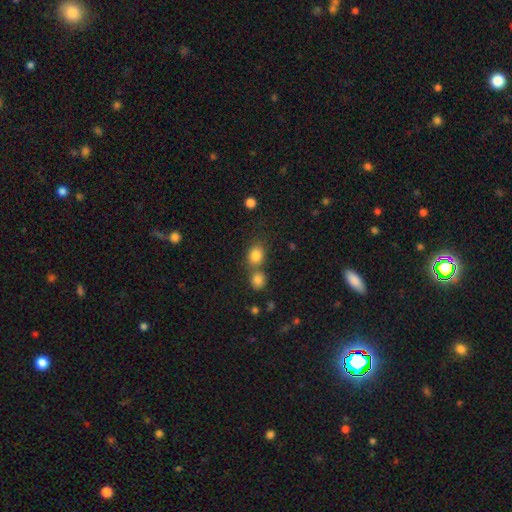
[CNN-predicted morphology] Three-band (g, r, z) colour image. It shows a smooth galaxy with no disk features (83%) that is round (57%). Merging: none (52%).